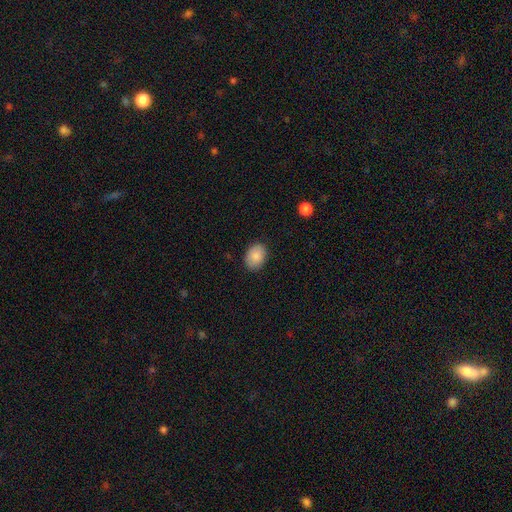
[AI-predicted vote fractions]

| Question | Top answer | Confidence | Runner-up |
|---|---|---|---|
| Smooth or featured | smooth | 87% | star or artifact (7%) |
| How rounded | in between | 72% | round (27%) |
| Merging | none | 87% | minor disturbance (10%) |